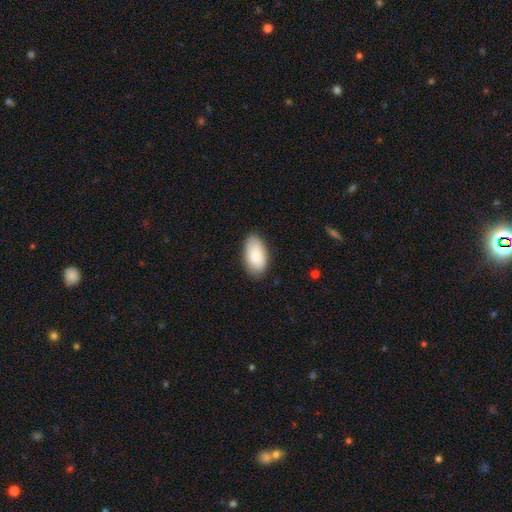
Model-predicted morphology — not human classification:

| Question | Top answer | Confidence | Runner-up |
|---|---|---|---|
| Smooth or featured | smooth | 83% | featured or disk (11%) |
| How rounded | in between | 95% | round (3%) |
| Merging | none | 81% | minor disturbance (15%) |